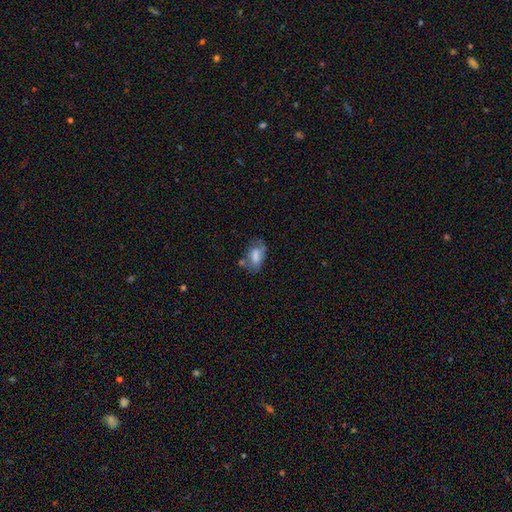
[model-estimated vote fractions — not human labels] A smooth galaxy with no disk features (67%) that is in between round and cigar-shaped (88%). Merging: none (48%).